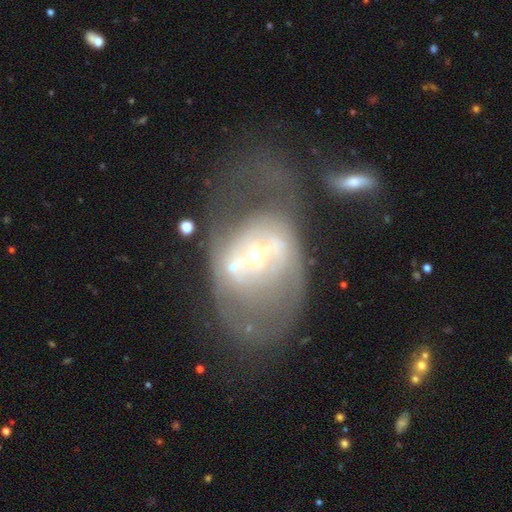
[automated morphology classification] A featured or disk galaxy (70%) with no bar (43%), no spiral arms (56%) and a small central bulge (47%). Merging: major disturbance (36%).